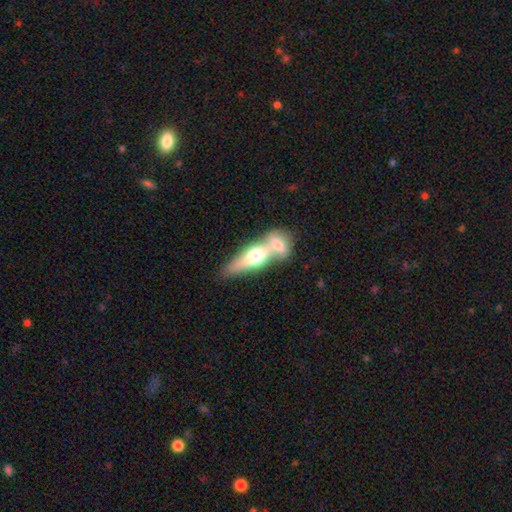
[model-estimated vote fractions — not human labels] Smooth or featured? smooth (51%)
How rounded? in between (47%, tied with cigar-shaped)
Merging? merger (63%)